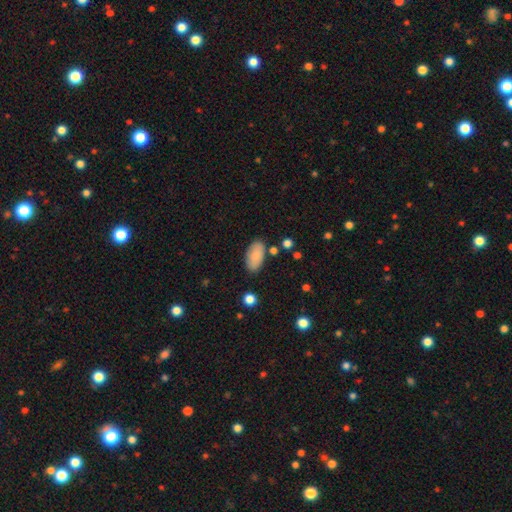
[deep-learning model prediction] Morphology: type=smooth (82%); roundness=in between (95%); merging=none (81%).